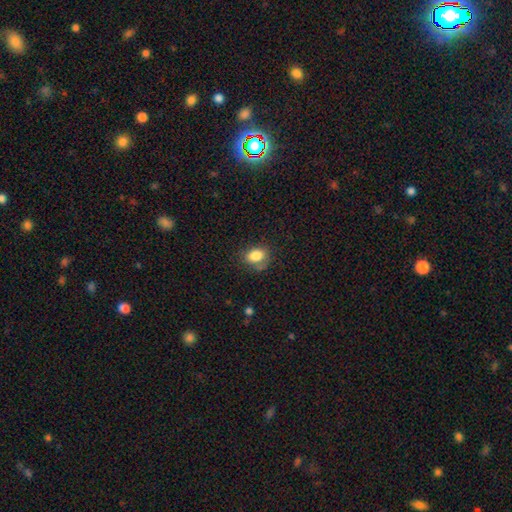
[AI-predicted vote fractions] Overall: smooth (83%). How rounded: in between (66%; round 33%). Merging: none (62%; minor disturbance 25%).